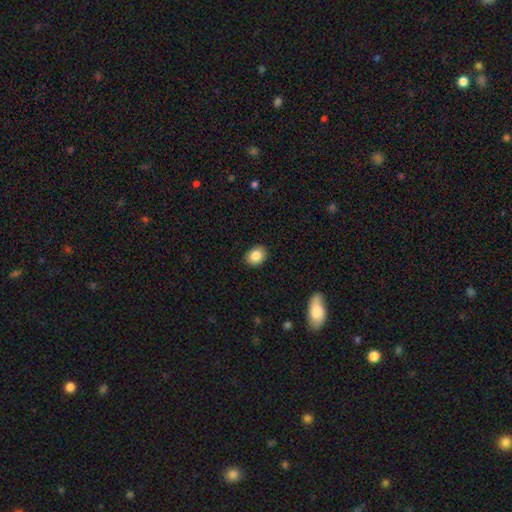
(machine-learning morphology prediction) smooth 85%, star or artifact 8%, featured or disk 6%. Down the decision tree: how rounded — in between (57%); merging — none (90%).